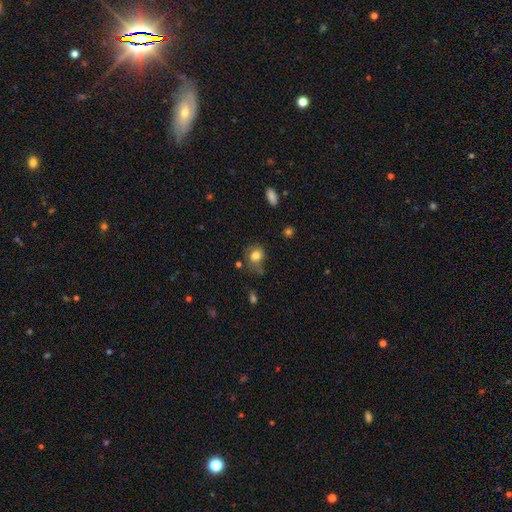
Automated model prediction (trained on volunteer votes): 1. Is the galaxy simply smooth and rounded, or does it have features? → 81% smooth, 10% star or artifact, 9% featured or disk.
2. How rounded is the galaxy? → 64% round, 35% in between, 1% cigar-shaped.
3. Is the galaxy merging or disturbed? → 61% none, 26% minor disturbance, 8% major disturbance, 5% merger.